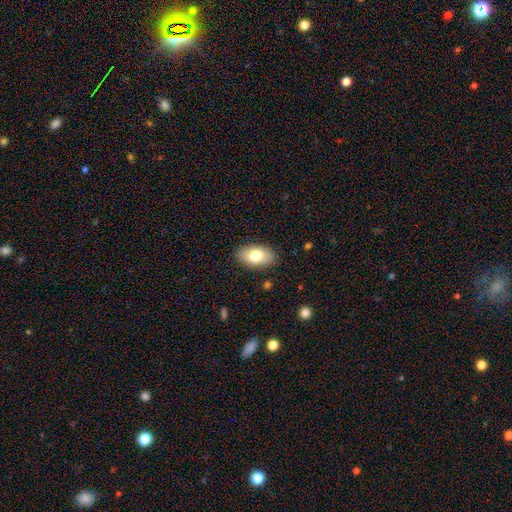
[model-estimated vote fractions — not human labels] smooth-or-featured: smooth: 77% | featured or disk: 16% | star or artifact: 7%
  how-rounded: in between: 93% | round: 5% | cigar-shaped: 2%
  merging: none: 87% | minor disturbance: 10% | major disturbance: 2% | merger: 1%